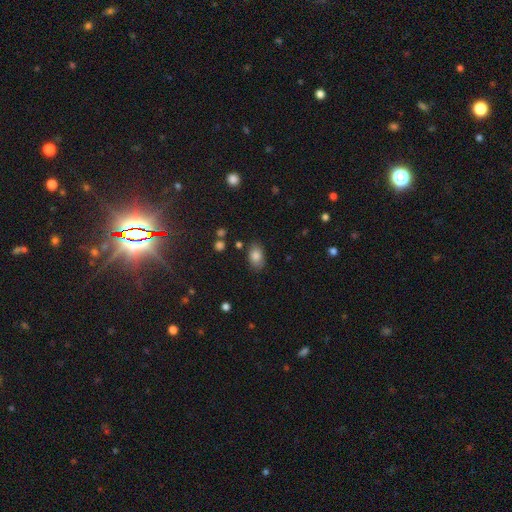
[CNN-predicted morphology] Smooth or featured: smooth — 83% (star or artifact — 9%)
How rounded: in between — 86% (round — 13%)
Merging: none — 80% (minor disturbance — 14%)